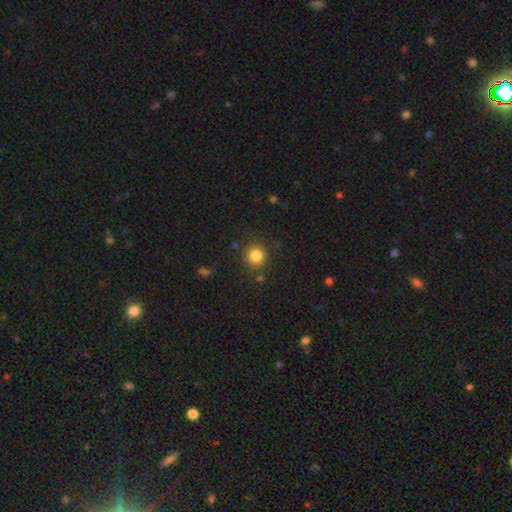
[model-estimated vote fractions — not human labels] This is clearly a smooth galaxy (83%). How rounded: clearly round (92%). Merging: clearly none (86%).